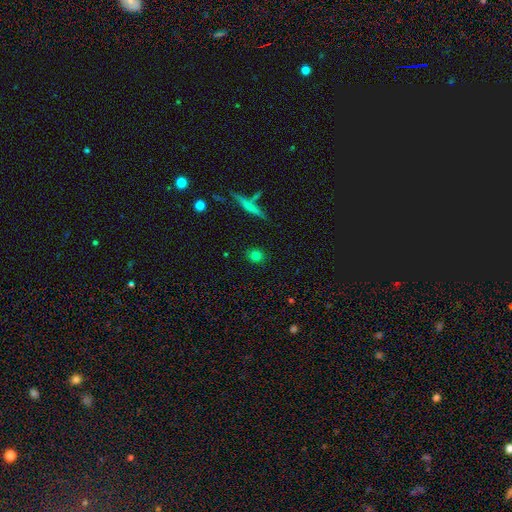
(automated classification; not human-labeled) smooth-or-featured: smooth: 79% | star or artifact: 11% | featured or disk: 10%
  how-rounded: round: 79% | in between: 17% | cigar-shaped: 4%
  merging: none: 89% | minor disturbance: 7% | major disturbance: 2% | merger: 2%